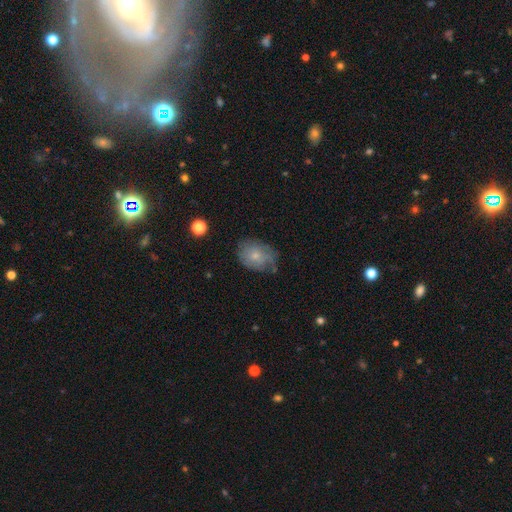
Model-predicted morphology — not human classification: This appears to be a smooth galaxy with no disk features (56%) that is in between round and cigar-shaped (70%). Merging: none (54%).